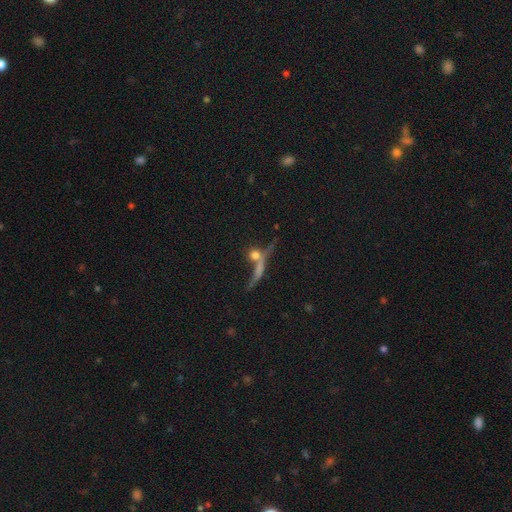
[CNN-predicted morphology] Smooth or featured: smooth — 54% (featured or disk — 30%)
How rounded: round — 63% (cigar-shaped — 21%)
Merging: none — 40% (merger — 34%)